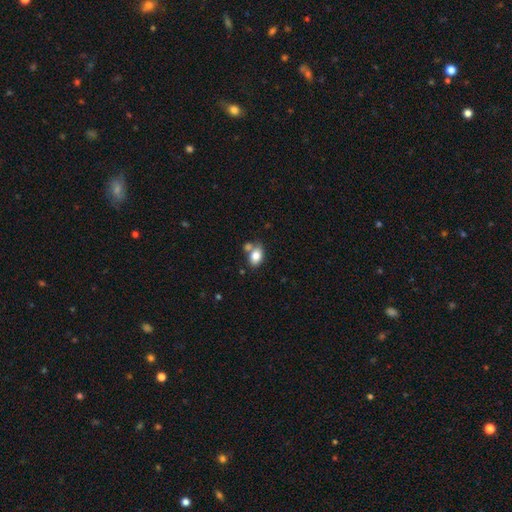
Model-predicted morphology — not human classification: Q: Smooth or featured?
A: smooth (81%); runner-up: featured or disk (10%)
Q: How rounded?
A: in between (86%); runner-up: round (13%)
Q: Merging?
A: none (57%); runner-up: merger (25%)